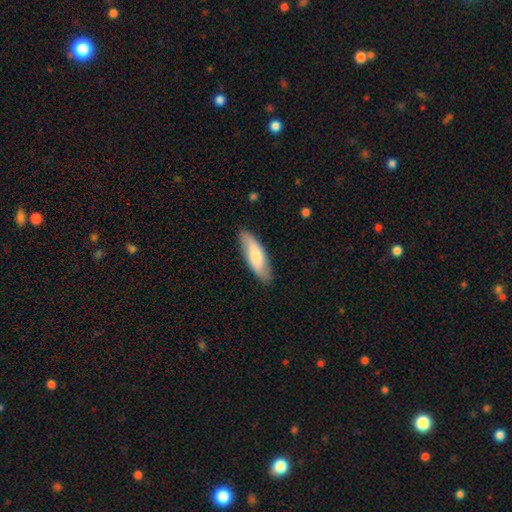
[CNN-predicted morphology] A smooth galaxy with no disk features (70%) that is in between round and cigar-shaped (54%).

Vote fractions:
- Smooth or featured? smooth: 70% / featured or disk: 25% / star or artifact: 5%
- How rounded? in between: 54% / cigar-shaped: 44% / round: 2%
- Merging? none: 85% / minor disturbance: 12% / major disturbance: 2% / merger: 1%